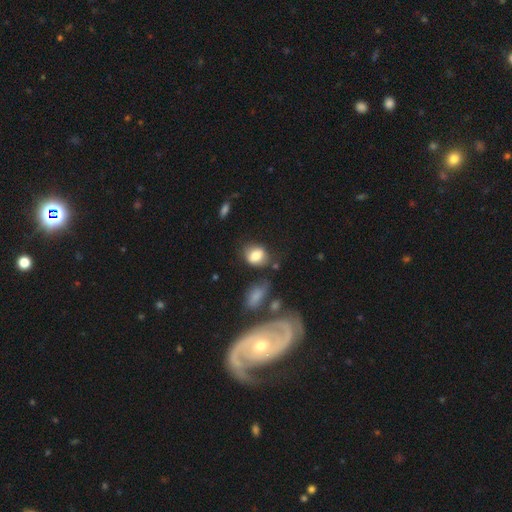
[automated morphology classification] type=smooth (78%); roundness=in between (59%); merging=none (59%).